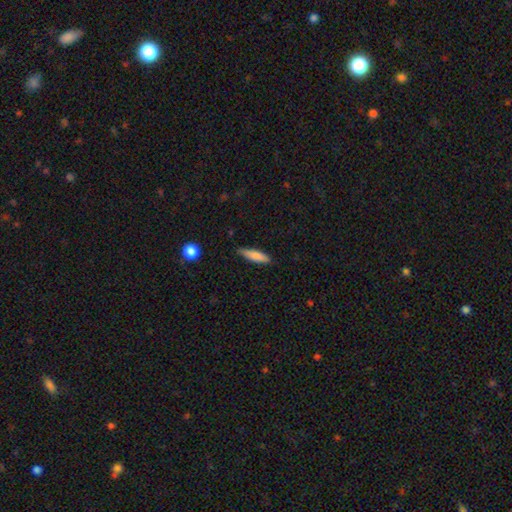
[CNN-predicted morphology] Overall: smooth (81%). How rounded: cigar-shaped (70%). Merging: none (80%).